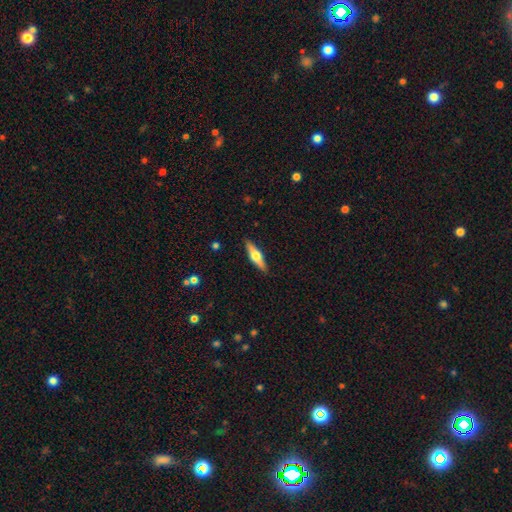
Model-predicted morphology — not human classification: Smooth or featured? Predicted: featured or disk (p=0.56). Edge-on disk? Predicted: yes (p=0.95). Edge-on bulge? Predicted: rounded (p=0.94). Merging? Predicted: none (p=0.90).